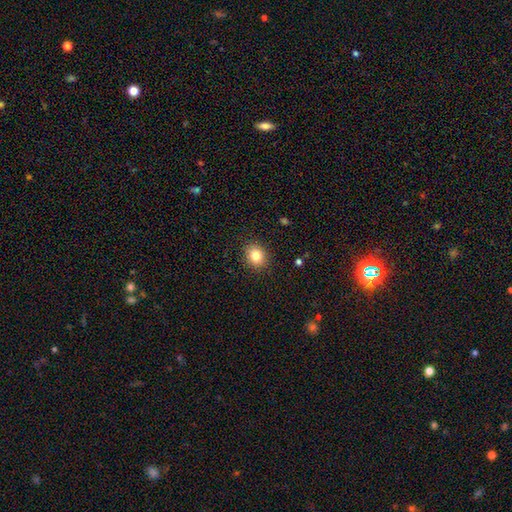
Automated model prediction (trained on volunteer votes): Morphology: type=smooth (82%); roundness=round (65%); merging=none (89%).